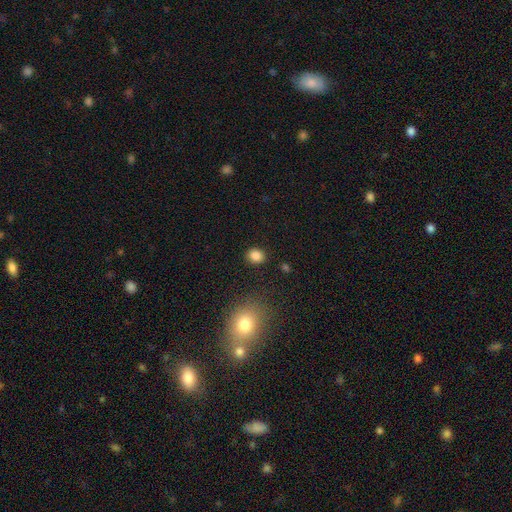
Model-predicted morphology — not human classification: A smooth galaxy with no disk features (85%) that is round (63%). Merging: none (87%).